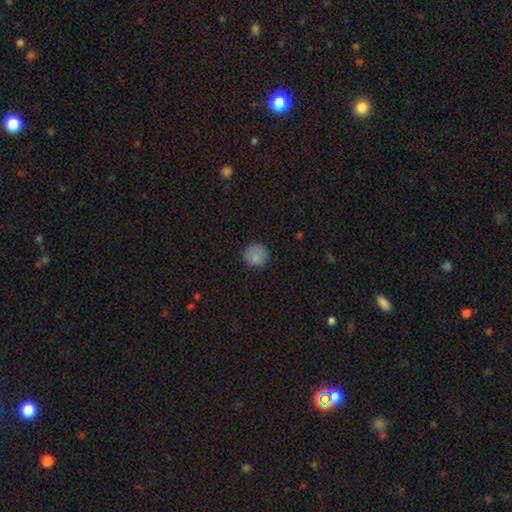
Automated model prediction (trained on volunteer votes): smooth_or_featured: smooth (p=0.81) [alt: star or artifact p=0.11]
how_rounded: round (p=0.91) [alt: in between p=0.08]
merging: none (p=0.81) [alt: minor disturbance p=0.14]